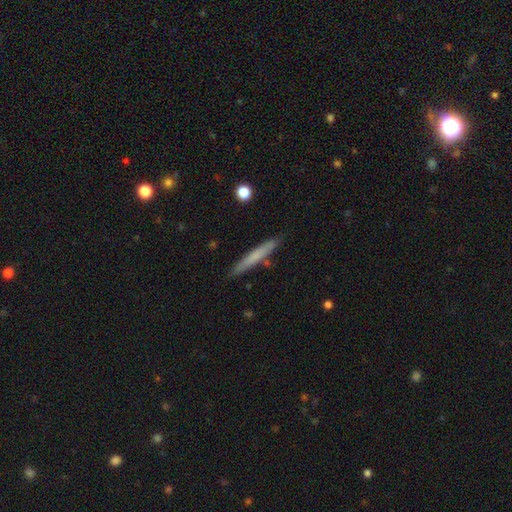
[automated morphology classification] The model was most divided on "smooth or featured": smooth: 65%, featured or disk: 29%, star or artifact: 6%. More confident: how rounded — cigar-shaped (95%); merging — none (87%).